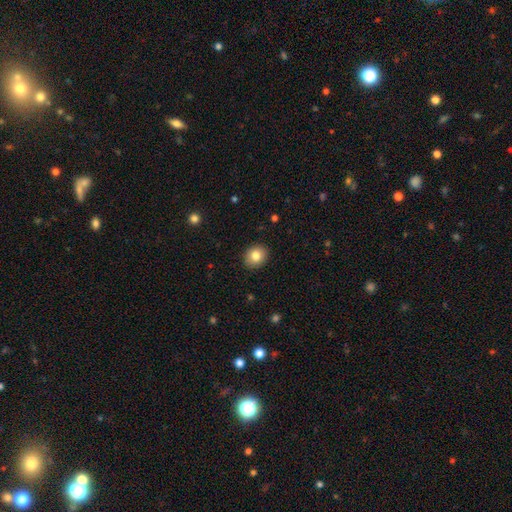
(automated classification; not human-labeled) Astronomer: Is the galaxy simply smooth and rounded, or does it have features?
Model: smooth — 83%.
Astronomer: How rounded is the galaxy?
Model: round — 64%.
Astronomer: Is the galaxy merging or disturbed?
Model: none — 90%.